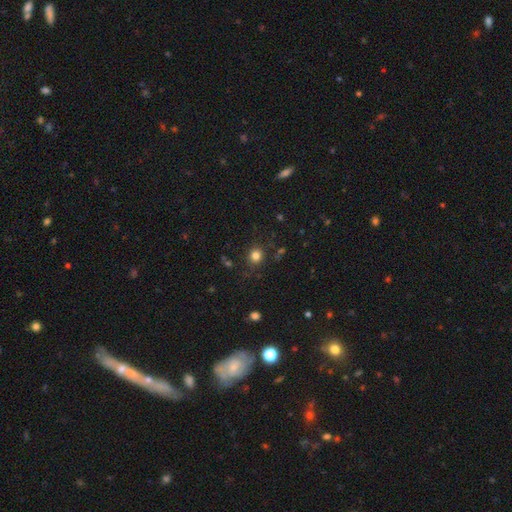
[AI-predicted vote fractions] smooth_or_featured: smooth (p=0.81) [alt: star or artifact p=0.14]
how_rounded: round (p=0.85) [alt: in between p=0.14]
merging: none (p=0.85) [alt: minor disturbance p=0.09]